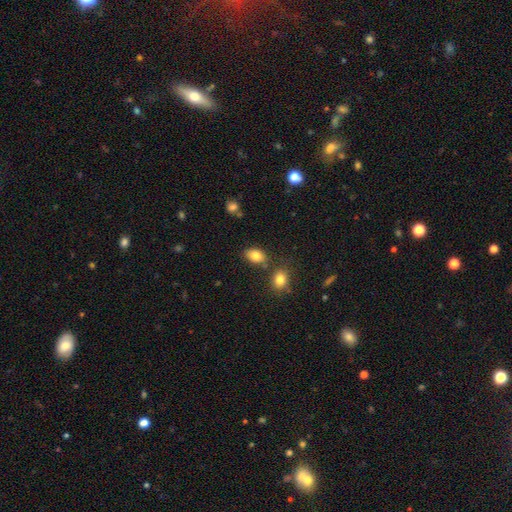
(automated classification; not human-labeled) The model was most divided on "merging": none: 73%, minor disturbance: 13%, merger: 11%, major disturbance: 3%. More confident: how rounded — in between (86%); smooth or featured — smooth (82%).